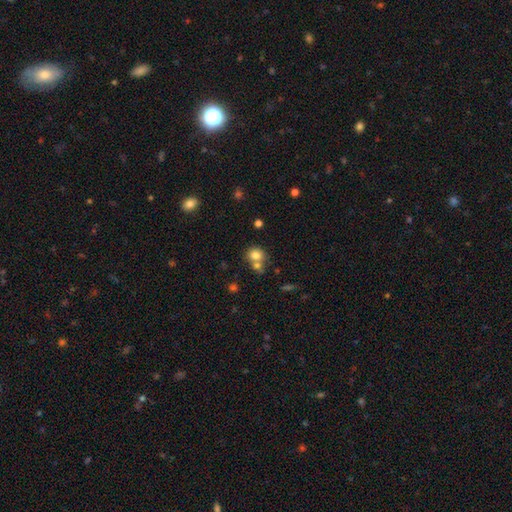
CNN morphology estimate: smooth-or-featured: smooth: 78% | star or artifact: 12% | featured or disk: 11%
  how-rounded: round: 72% | in between: 28% | cigar-shaped: 1%
  merging: none: 46% | merger: 41% | minor disturbance: 9% | major disturbance: 4%